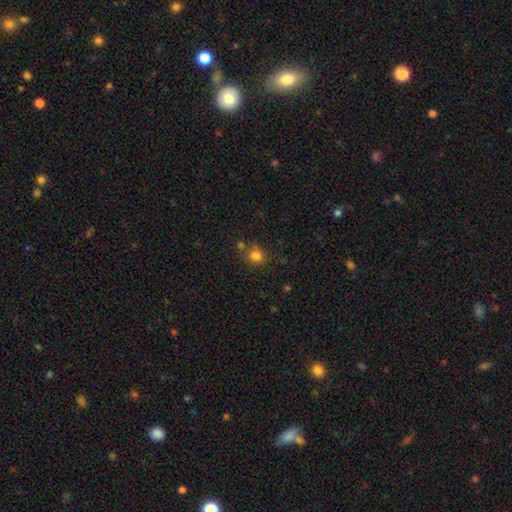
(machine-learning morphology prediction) Smooth or featured?
  - smooth: 81% *
  - star or artifact: 13%
  - featured or disk: 6%
How rounded?
  - round: 86% *
  - in between: 13%
  - cigar-shaped: 1%
Merging?
  - none: 72% *
  - merger: 12%
  - minor disturbance: 12%
  - major disturbance: 4%